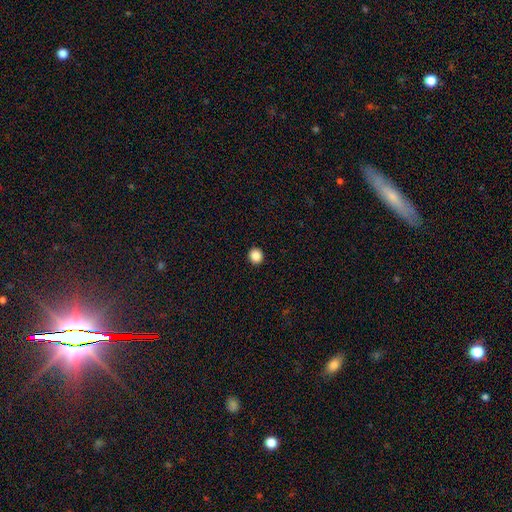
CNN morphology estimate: Smooth or featured: smooth — 87% (star or artifact — 10%)
How rounded: round — 88% (in between — 11%)
Merging: none — 93% (minor disturbance — 4%)